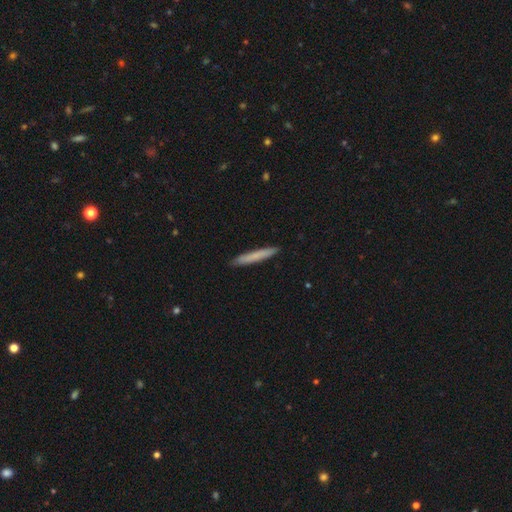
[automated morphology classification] type=smooth (73%); roundness=cigar-shaped (96%); merging=none (92%).